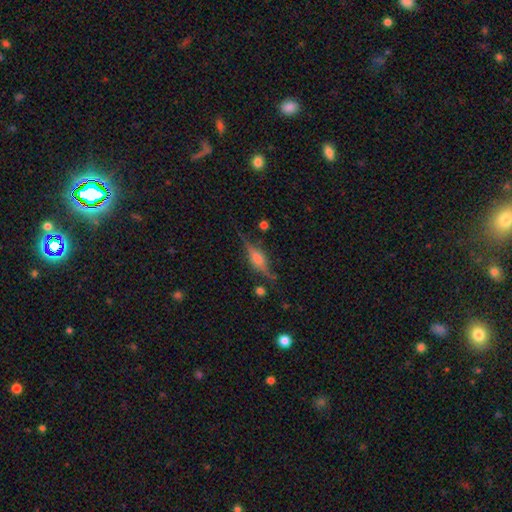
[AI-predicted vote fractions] featured or disk 76%, smooth 15%, star or artifact 9%. Down the decision tree: edge-on disk — yes (95%); edge-on bulge — rounded (76%); merging — none (79%).